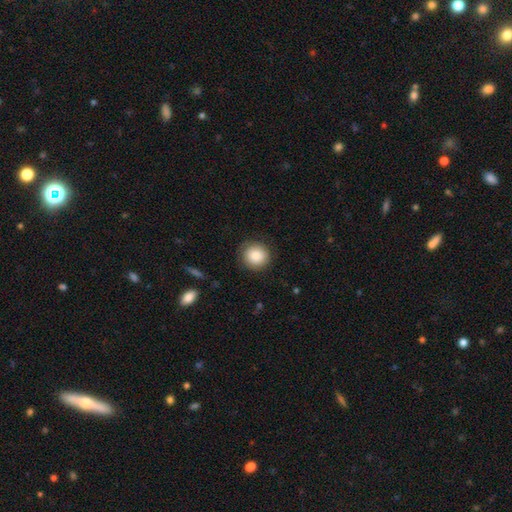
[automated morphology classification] smooth_or_featured: smooth (p=0.87) [alt: star or artifact p=0.07]
how_rounded: round (p=0.91) [alt: in between p=0.08]
merging: none (p=0.83) [alt: minor disturbance p=0.12]